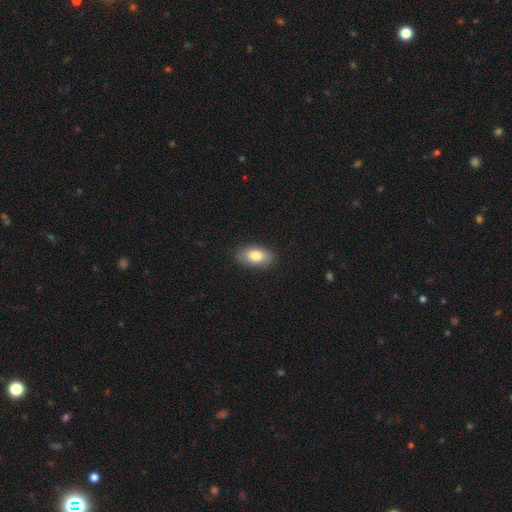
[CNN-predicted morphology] smooth-or-featured: smooth: 82% | featured or disk: 11% | star or artifact: 7%
  how-rounded: in between: 92% | round: 5% | cigar-shaped: 3%
  merging: none: 86% | minor disturbance: 10% | major disturbance: 2% | merger: 1%